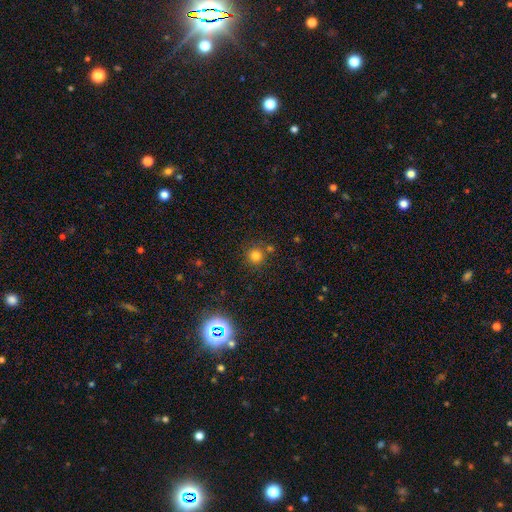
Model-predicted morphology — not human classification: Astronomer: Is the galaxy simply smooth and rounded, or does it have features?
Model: smooth — 77%.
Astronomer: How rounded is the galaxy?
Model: round — 93%.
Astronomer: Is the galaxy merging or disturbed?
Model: none — 78%.